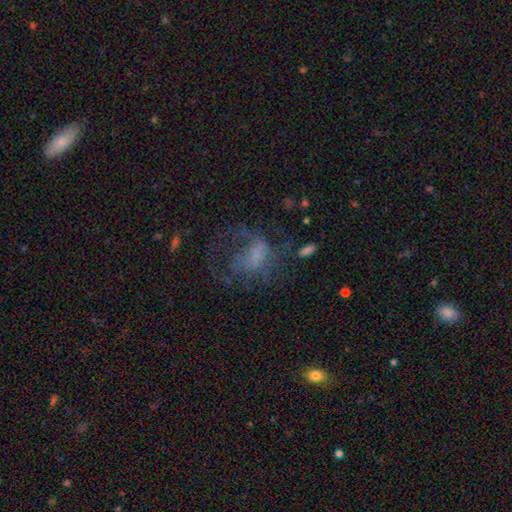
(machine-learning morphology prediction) This appears to be a featured or disk galaxy (47%). Merging: major disturbance (49%).